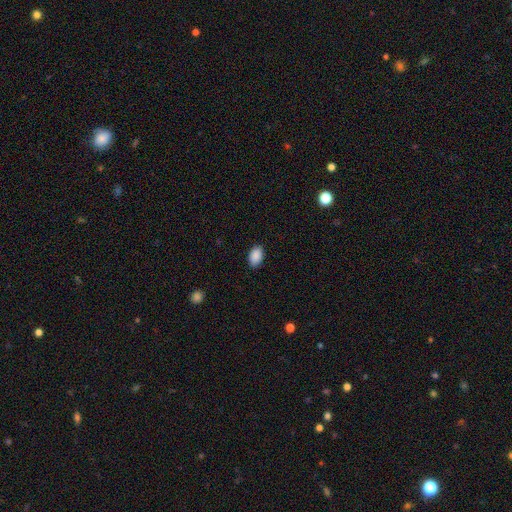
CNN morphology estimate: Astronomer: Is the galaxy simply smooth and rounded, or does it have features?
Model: smooth — 90%.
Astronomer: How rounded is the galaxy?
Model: in between — 90%.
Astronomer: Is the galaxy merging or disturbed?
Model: none — 88%.